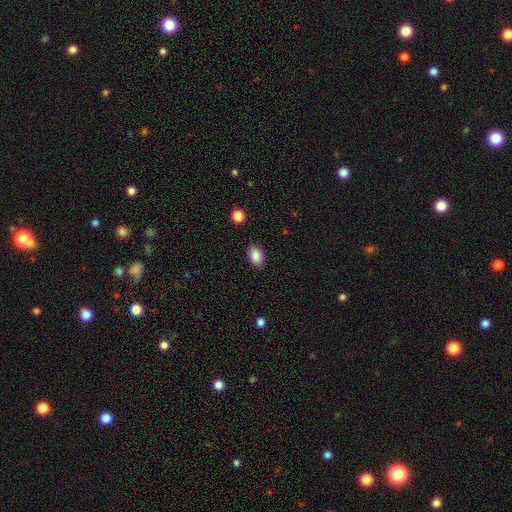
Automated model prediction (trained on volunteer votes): This appears to be a smooth galaxy with no disk features (87%) that is in between round and cigar-shaped (83%). Merging: none (85%).